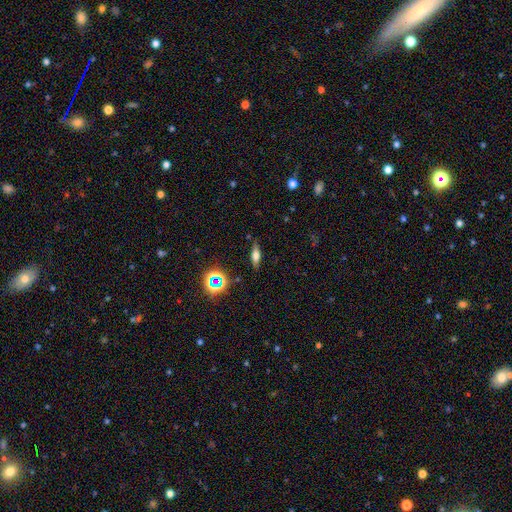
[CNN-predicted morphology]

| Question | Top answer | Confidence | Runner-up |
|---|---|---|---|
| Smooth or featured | smooth | 45% | featured or disk (40%) |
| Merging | none | 83% | minor disturbance (12%) |